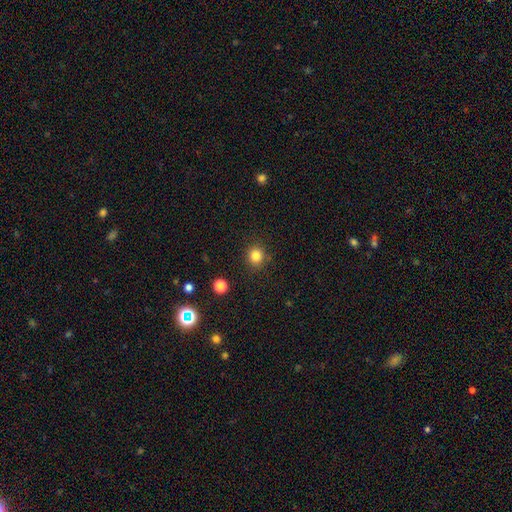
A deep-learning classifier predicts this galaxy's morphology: The model was most divided on "smooth or featured": smooth: 83%, star or artifact: 12%, featured or disk: 5%. More confident: merging — none (89%); how rounded — round (88%).